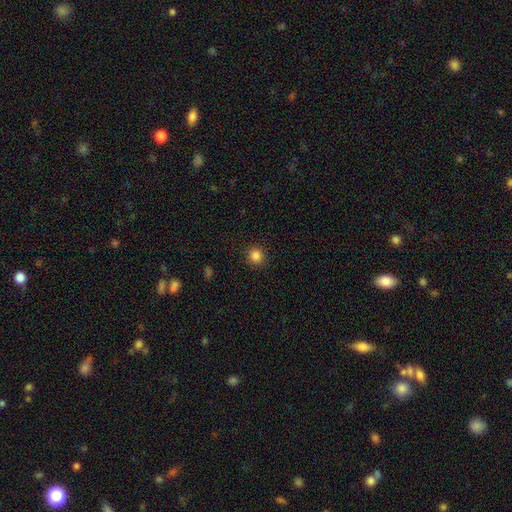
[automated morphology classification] Q: Smooth or featured?
A: smooth (85%); runner-up: star or artifact (12%)
Q: How rounded?
A: round (92%); runner-up: in between (7%)
Q: Merging?
A: none (90%); runner-up: minor disturbance (7%)